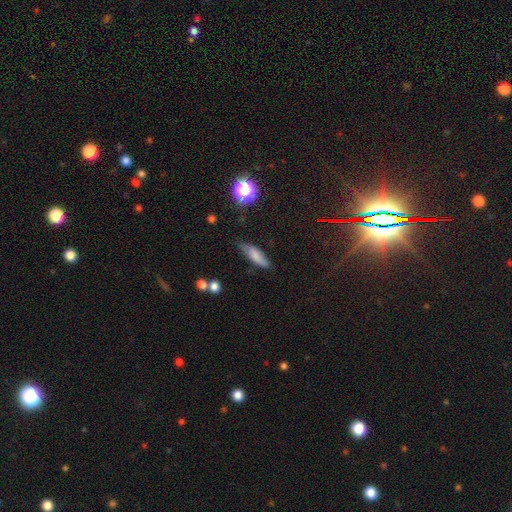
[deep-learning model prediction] This is likely a smooth galaxy (74%). How rounded: possibly cigar-shaped (53%). Merging: likely none (70%).